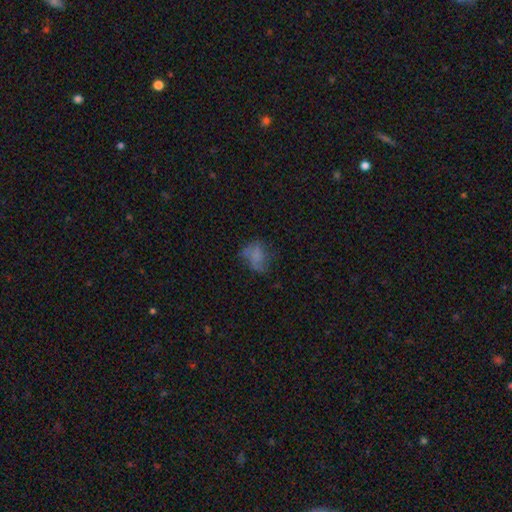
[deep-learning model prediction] smooth_or_featured: smooth (p=0.62) [alt: featured or disk p=0.23]
how_rounded: in between (p=0.65) [alt: round p=0.33]
merging: none (p=0.43) [alt: minor disturbance p=0.27]